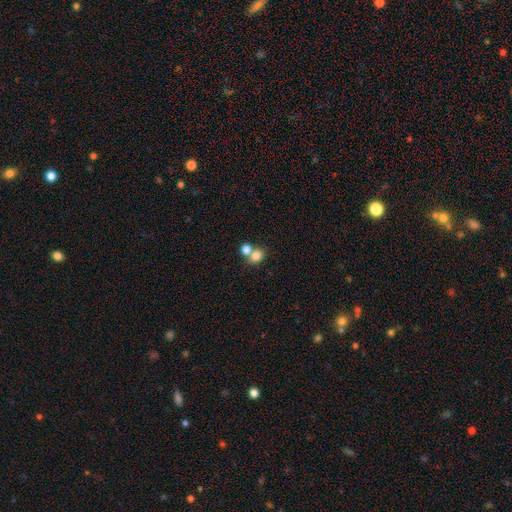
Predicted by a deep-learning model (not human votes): Smooth or featured? smooth (80%)
How rounded? round (62%)
Merging? none (45%, tied with merger)